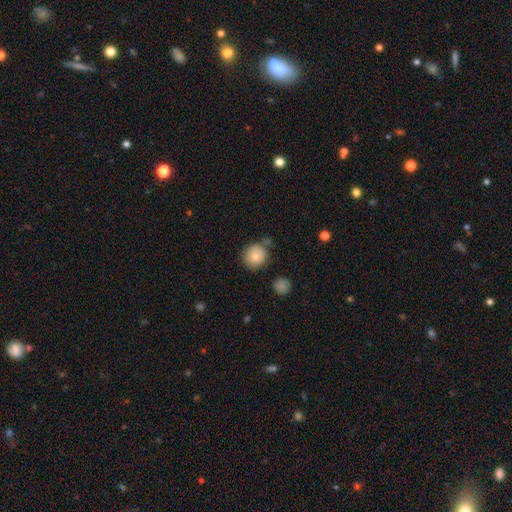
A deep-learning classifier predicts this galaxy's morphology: Overall: smooth (80%). How rounded: round (90%). Merging: none (73%).